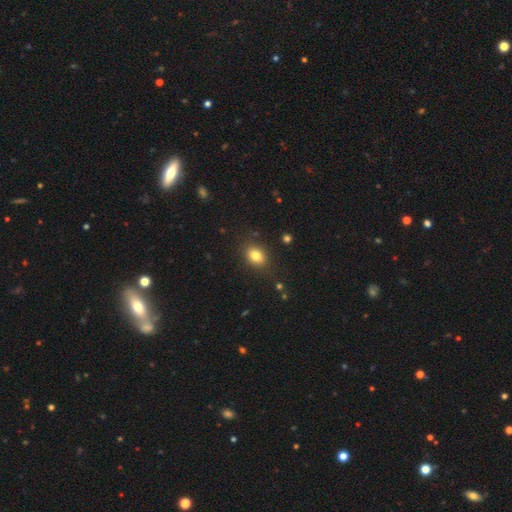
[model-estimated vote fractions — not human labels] A smooth galaxy with no disk features (81%) that is in between round and cigar-shaped (67%).

Vote fractions:
- Smooth or featured? smooth: 81% / star or artifact: 11% / featured or disk: 8%
- How rounded? in between: 67% / round: 32% / cigar-shaped: 1%
- Merging? none: 83% / minor disturbance: 12% / major disturbance: 3% / merger: 2%